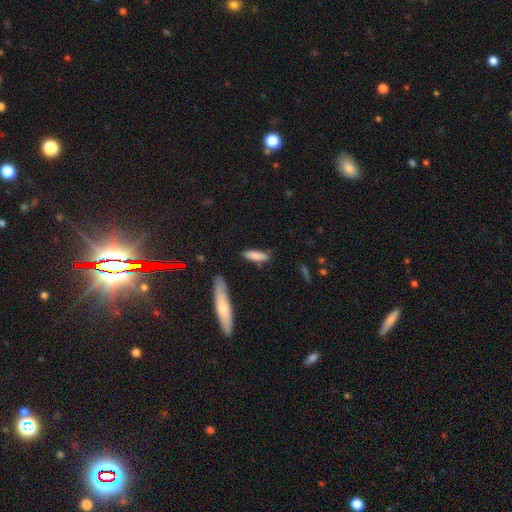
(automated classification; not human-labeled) smooth 79%, featured or disk 14%, star or artifact 6%. Down the decision tree: how rounded — cigar-shaped (71%); merging — none (80%).